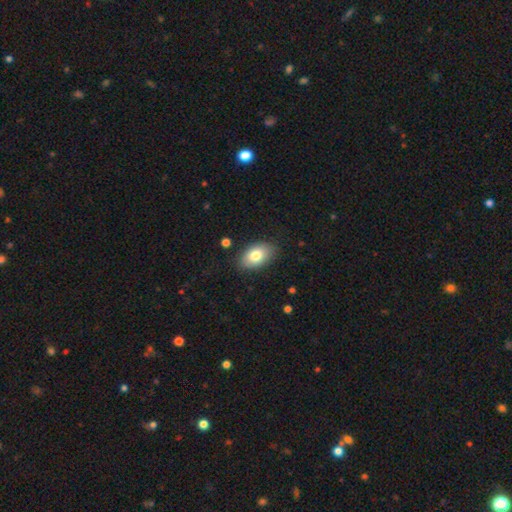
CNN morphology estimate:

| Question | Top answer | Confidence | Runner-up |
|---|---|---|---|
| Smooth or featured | smooth | 79% | featured or disk (14%) |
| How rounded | in between | 91% | round (7%) |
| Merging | none | 85% | minor disturbance (12%) |